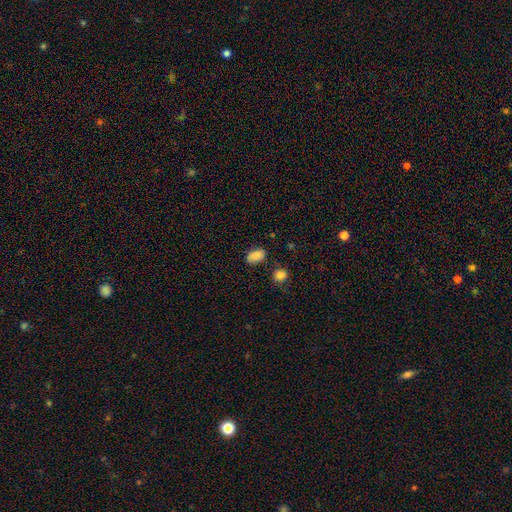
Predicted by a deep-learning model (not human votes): Q: Smooth or featured?
A: smooth (84%); runner-up: star or artifact (11%)
Q: How rounded?
A: in between (86%); runner-up: round (12%)
Q: Merging?
A: none (69%); runner-up: minor disturbance (21%)